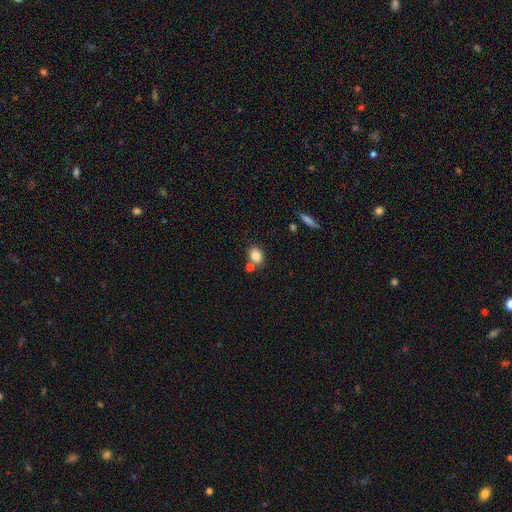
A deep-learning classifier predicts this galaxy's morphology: type=smooth (82%); roundness=in between (56%); merging=none (64%).